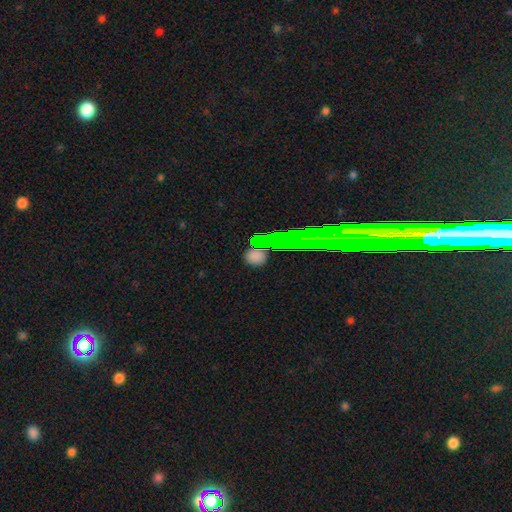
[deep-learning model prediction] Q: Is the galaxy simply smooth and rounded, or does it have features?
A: smooth — 58%.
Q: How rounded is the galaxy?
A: round — 67%.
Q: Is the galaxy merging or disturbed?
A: none — 78%.